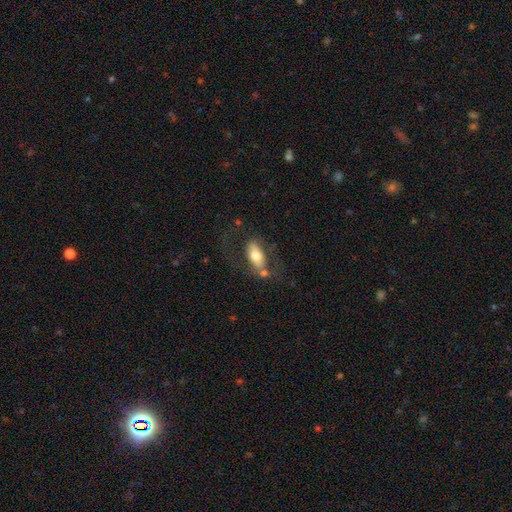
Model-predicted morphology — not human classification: This appears to be a smooth galaxy with no disk features (59%) that is in between round and cigar-shaped (88%). Merging: none (51%).